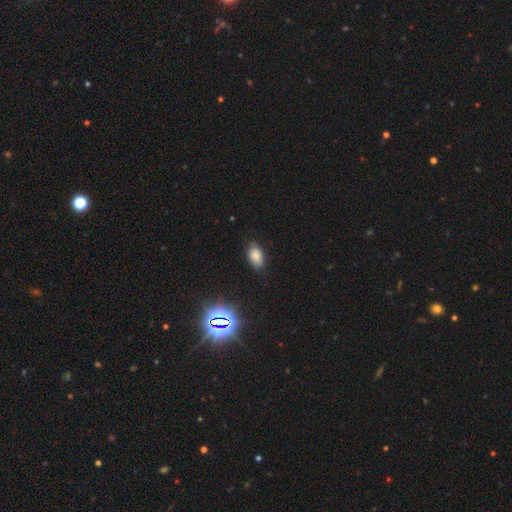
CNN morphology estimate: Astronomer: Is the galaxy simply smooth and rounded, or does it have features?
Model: smooth — 79%.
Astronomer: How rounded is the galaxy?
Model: in between — 91%.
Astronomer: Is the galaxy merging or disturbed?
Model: none — 79%.